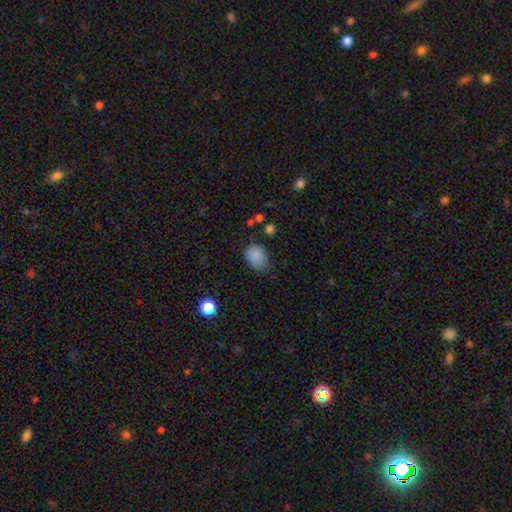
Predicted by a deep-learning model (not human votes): Overall: smooth (85%). How rounded: in between (66%; round 33%). Merging: none (60%; minor disturbance 31%).